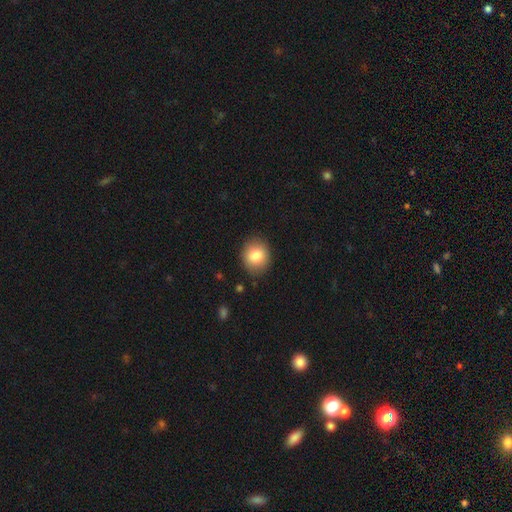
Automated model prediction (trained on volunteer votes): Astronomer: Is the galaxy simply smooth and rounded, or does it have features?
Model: smooth — 84%.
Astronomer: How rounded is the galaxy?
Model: round — 72%.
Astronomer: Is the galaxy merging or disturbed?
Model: none — 86%.